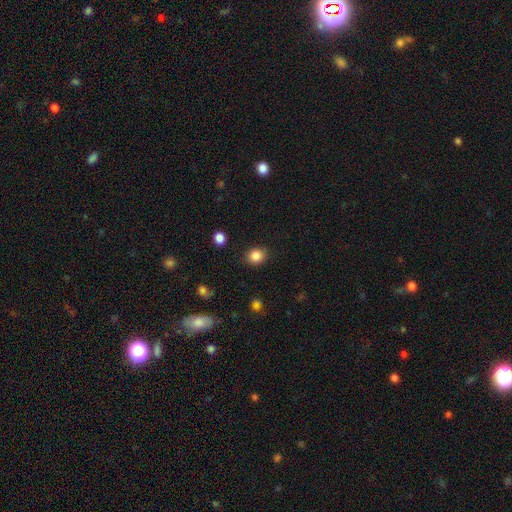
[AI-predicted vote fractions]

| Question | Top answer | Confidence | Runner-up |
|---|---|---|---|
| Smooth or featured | smooth | 85% | star or artifact (11%) |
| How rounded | round | 71% | in between (28%) |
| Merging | none | 86% | minor disturbance (10%) |